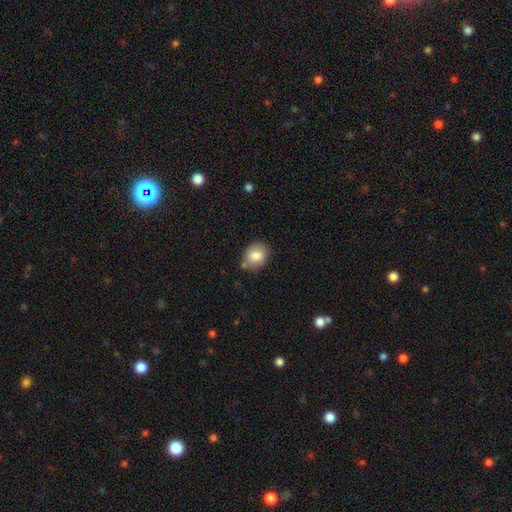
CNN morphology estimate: type=smooth (82%); roundness=in between (50%); merging=none (75%).